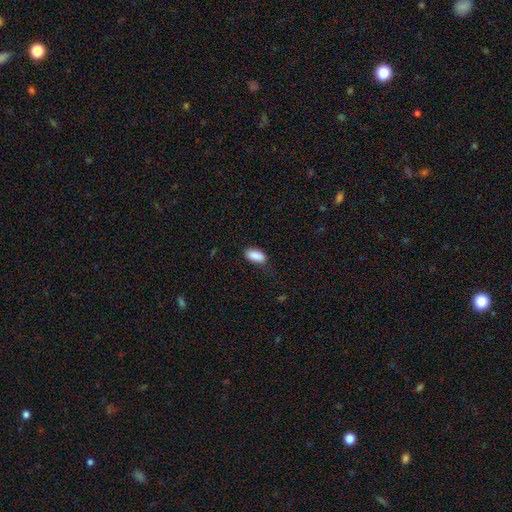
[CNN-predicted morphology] smooth_or_featured: smooth (p=0.89) [alt: star or artifact p=0.07]
how_rounded: in between (p=0.89) [alt: cigar-shaped p=0.09]
merging: none (p=0.70) [alt: minor disturbance p=0.23]